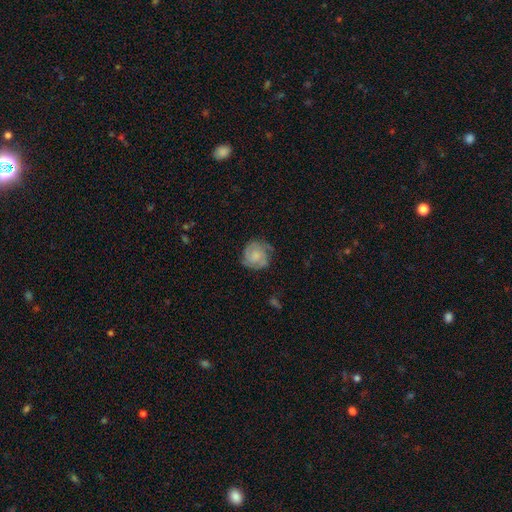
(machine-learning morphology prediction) Smooth or featured?
  - featured or disk: 61% *
  - smooth: 31%
  - star or artifact: 7%
Edge-on disk?
  - no: 98% *
  - yes: 2%
Bar?
  - no: 71% *
  - weak: 25%
  - strong: 4%
Spiral arms?
  - yes: 91% *
  - no: 9%
Spiral winding?
  - tight: 59% *
  - medium: 33%
  - loose: 8%
Spiral arm count?
  - 2: 44% *
  - can't tell: 23%
  - 3: 21%
  - 1: 5%
  - 4: 4%
  - more than 4: 3%
Bulge size?
  - small: 35% *
  - none: 30%
  - moderate: 27%
  - large: 7%
  - dominant: 2%
Merging?
  - none: 71% *
  - minor disturbance: 20%
  - major disturbance: 8%
  - merger: 1%